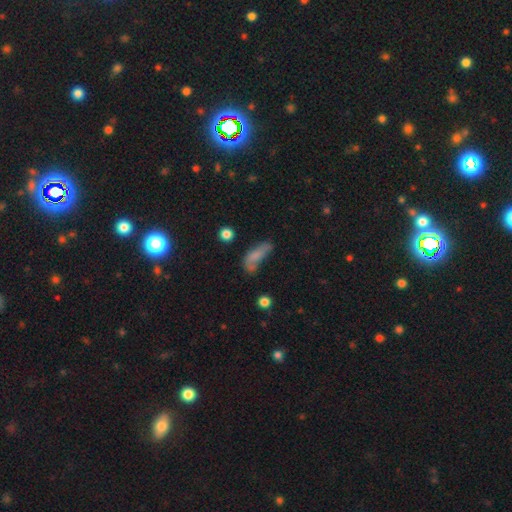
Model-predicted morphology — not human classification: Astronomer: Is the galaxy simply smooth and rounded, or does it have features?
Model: smooth — 69%.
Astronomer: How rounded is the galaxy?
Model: in between — 60% (runner-up: cigar-shaped, 35%).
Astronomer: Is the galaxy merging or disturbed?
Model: none — 34% (runner-up: minor disturbance, 28%).